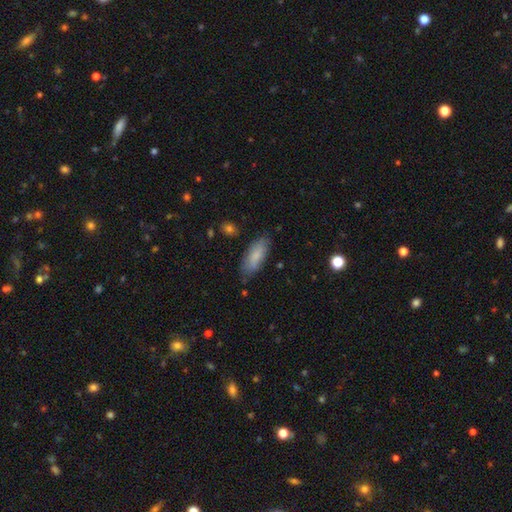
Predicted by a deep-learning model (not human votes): A smooth galaxy with no disk features (80%) that is in between round and cigar-shaped (74%).

Vote fractions:
- Smooth or featured? smooth: 80% / featured or disk: 14% / star or artifact: 6%
- How rounded? in between: 74% / cigar-shaped: 24% / round: 2%
- Merging? none: 78% / minor disturbance: 17% / major disturbance: 3% / merger: 2%